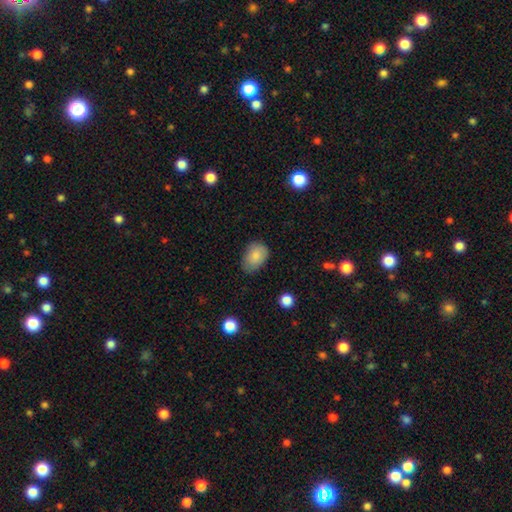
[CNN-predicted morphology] Smooth or featured? Predicted: smooth (p=0.85). How rounded? Predicted: in between (p=0.84). Merging? Predicted: none (p=0.69).